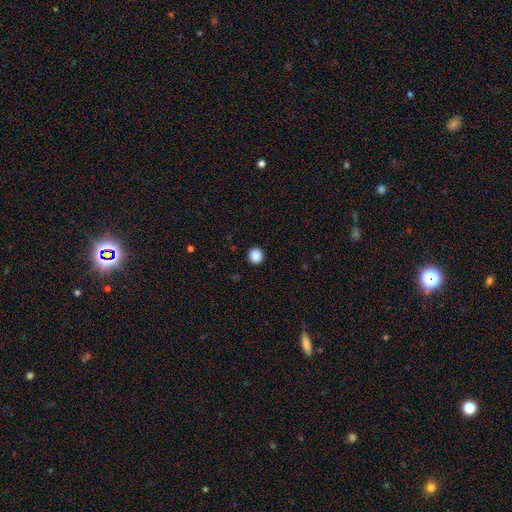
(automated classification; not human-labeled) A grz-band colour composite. It shows a smooth galaxy with no disk features (88%) that is round (94%). Merging: none (93%).